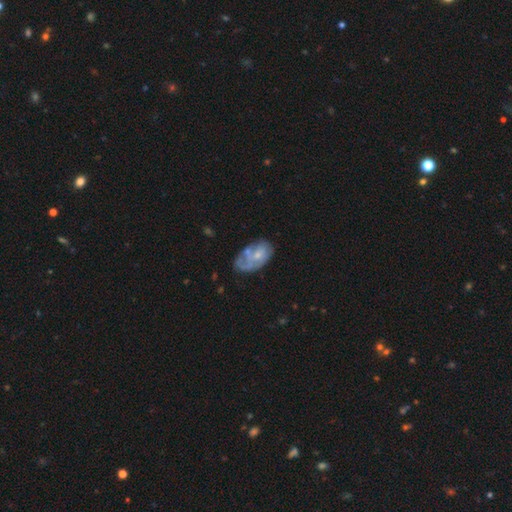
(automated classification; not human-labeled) Smooth or featured: featured or disk — 54% (smooth — 39%)
Edge-on disk: no — 96% (yes — 4%)
Bar: no — 81% (weak — 16%)
Spiral arms: no — 55% (yes — 45%)
Bulge size: small — 51% (moderate — 34%)
Merging: none — 42% (minor disturbance — 28%)